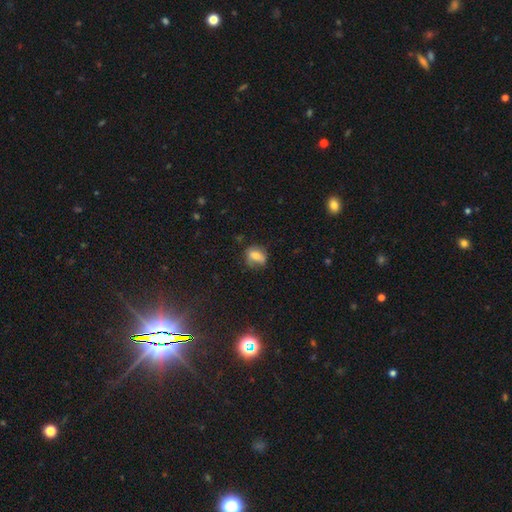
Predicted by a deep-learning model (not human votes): Overall: smooth (70%). How rounded: in between (58%; round 39%). Merging: none (62%; minor disturbance 27%).